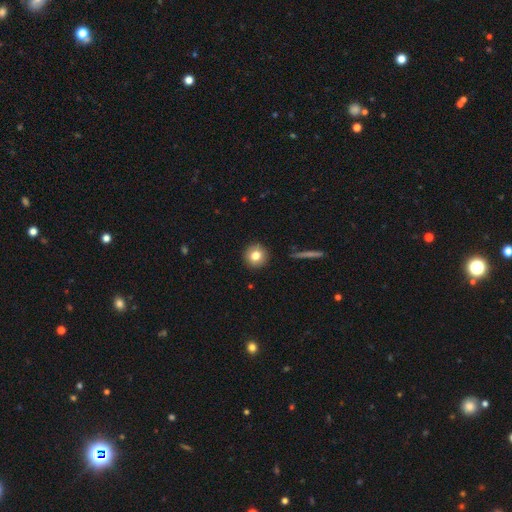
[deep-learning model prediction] Q: Smooth or featured?
A: smooth (79%); runner-up: featured or disk (11%)
Q: How rounded?
A: round (94%); runner-up: in between (5%)
Q: Merging?
A: none (92%); runner-up: minor disturbance (5%)